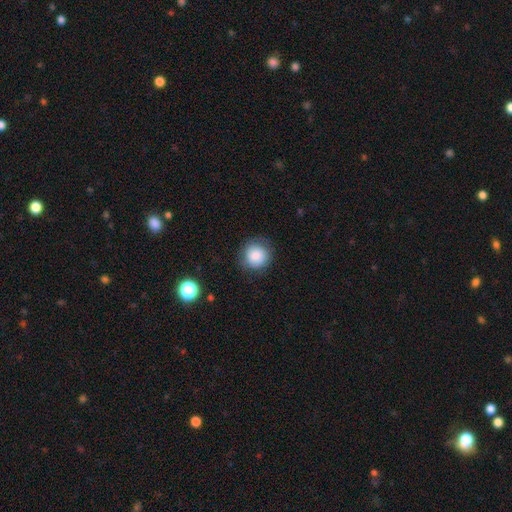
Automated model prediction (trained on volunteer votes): Smooth or featured?
  - smooth: 85% *
  - star or artifact: 8%
  - featured or disk: 7%
How rounded?
  - round: 92% *
  - in between: 7%
  - cigar-shaped: 1%
Merging?
  - none: 79% *
  - minor disturbance: 15%
  - major disturbance: 5%
  - merger: 1%